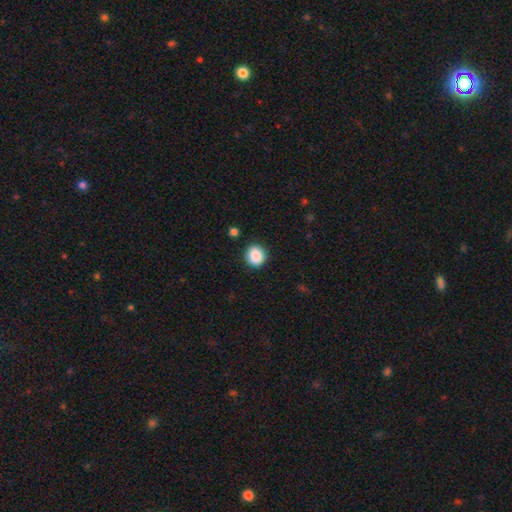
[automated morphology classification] type=smooth (87%); roundness=round (83%); merging=none (89%).